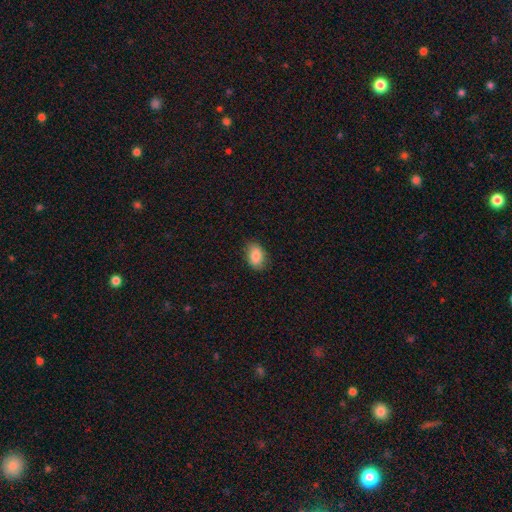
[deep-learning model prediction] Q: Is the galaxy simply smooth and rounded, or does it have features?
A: smooth — 86%.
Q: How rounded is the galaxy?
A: in between — 84%.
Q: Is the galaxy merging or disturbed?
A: none — 82%.